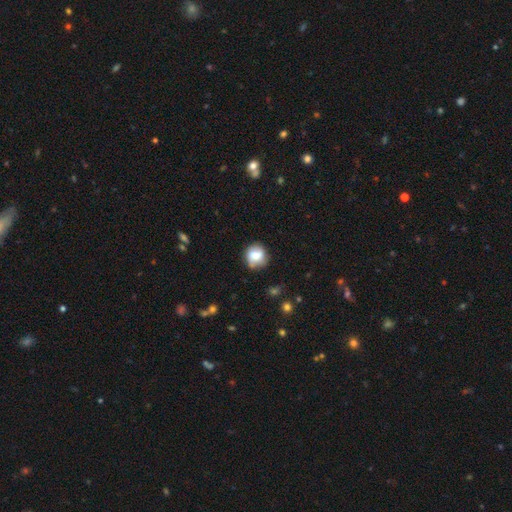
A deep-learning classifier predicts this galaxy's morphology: smooth-or-featured: smooth: 72% | featured or disk: 19% | star or artifact: 9%
  how-rounded: round: 85% | in between: 14% | cigar-shaped: 1%
  merging: none: 72% | minor disturbance: 19% | major disturbance: 5% | merger: 4%